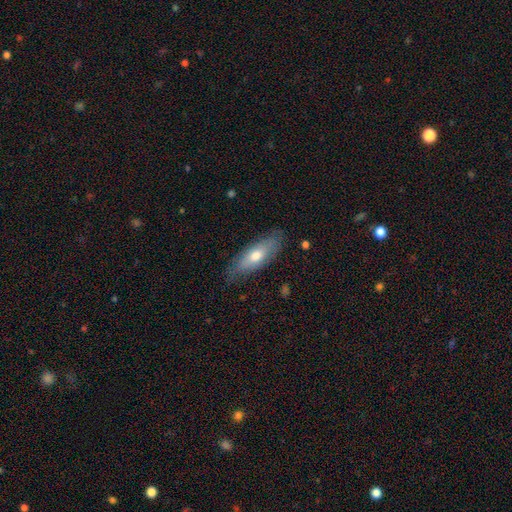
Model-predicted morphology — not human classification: A smooth galaxy with no disk features (62%) that is in between round and cigar-shaped (63%).

Vote fractions:
- Smooth or featured? smooth: 62% / featured or disk: 32% / star or artifact: 6%
- How rounded? in between: 63% / cigar-shaped: 35% / round: 2%
- Merging? none: 79% / minor disturbance: 16% / major disturbance: 3% / merger: 1%